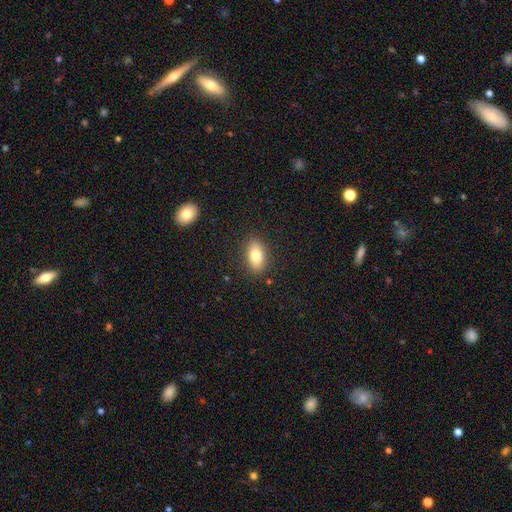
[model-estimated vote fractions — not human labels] Smooth or featured: smooth — 79% (featured or disk — 13%)
How rounded: in between — 88% (round — 7%)
Merging: none — 87% (minor disturbance — 9%)